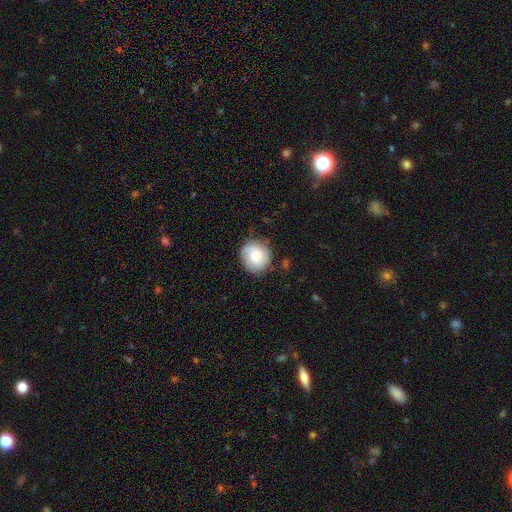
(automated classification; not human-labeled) This appears to be a smooth galaxy with no disk features (54%) that is round (83%). Merging: none (77%).